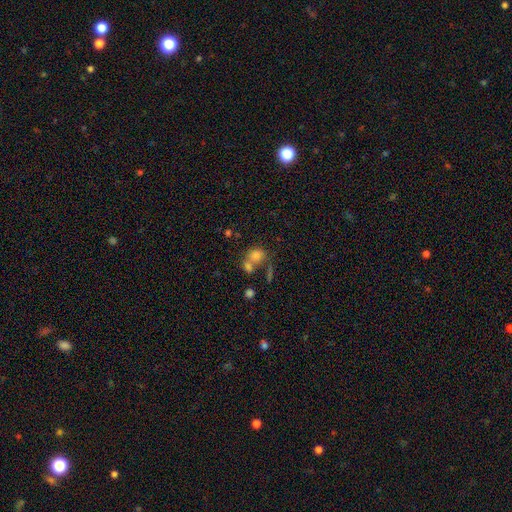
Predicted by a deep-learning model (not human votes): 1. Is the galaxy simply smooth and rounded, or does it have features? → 74% smooth, 14% star or artifact, 12% featured or disk.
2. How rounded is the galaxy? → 59% round, 40% in between, 2% cigar-shaped.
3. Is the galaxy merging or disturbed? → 47% merger, 36% none, 10% minor disturbance, 7% major disturbance.